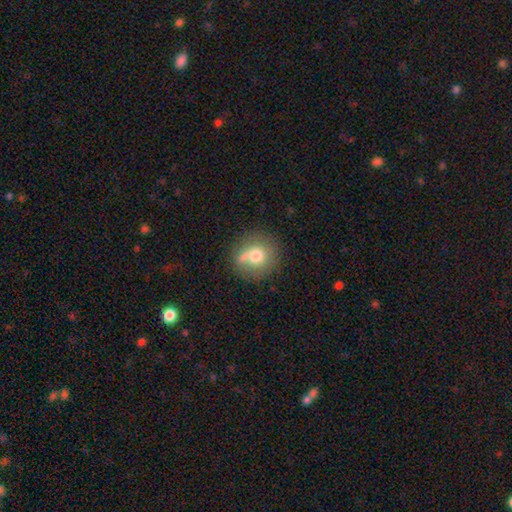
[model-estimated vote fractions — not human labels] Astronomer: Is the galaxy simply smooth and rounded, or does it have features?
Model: smooth — 70%.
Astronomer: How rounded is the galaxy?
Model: round — 88%.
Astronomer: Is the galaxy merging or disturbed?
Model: none — 61%.